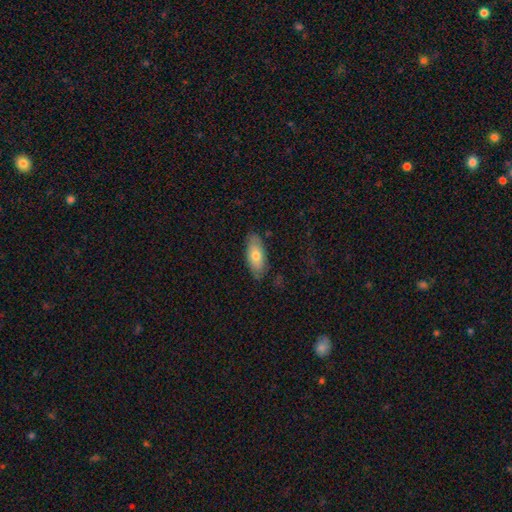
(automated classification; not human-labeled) The model was most divided on "smooth or featured": smooth: 70%, featured or disk: 24%, star or artifact: 6%. More confident: how rounded — in between (84%); merging — none (80%).